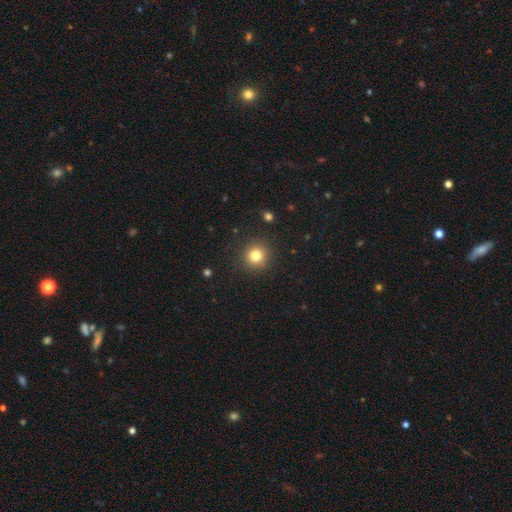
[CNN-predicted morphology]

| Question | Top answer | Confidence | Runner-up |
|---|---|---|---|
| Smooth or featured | smooth | 80% | star or artifact (13%) |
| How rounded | round | 94% | in between (5%) |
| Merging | none | 90% | minor disturbance (6%) |